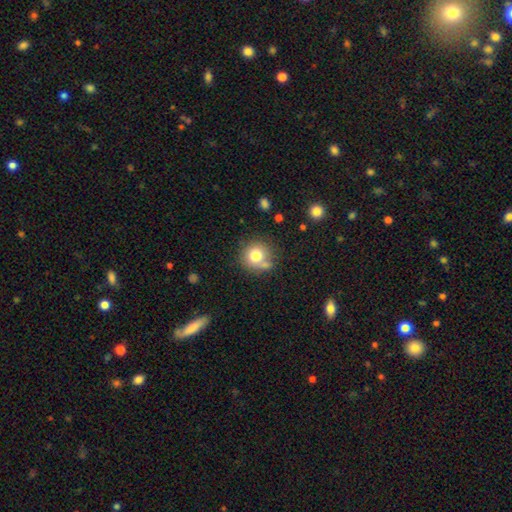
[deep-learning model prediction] A smooth galaxy with no disk features (78%) that is round (89%).

Vote fractions:
- Smooth or featured? smooth: 78% / featured or disk: 12% / star or artifact: 11%
- How rounded? round: 89% / in between: 10% / cigar-shaped: 1%
- Merging? none: 65% / minor disturbance: 15% / merger: 14% / major disturbance: 5%